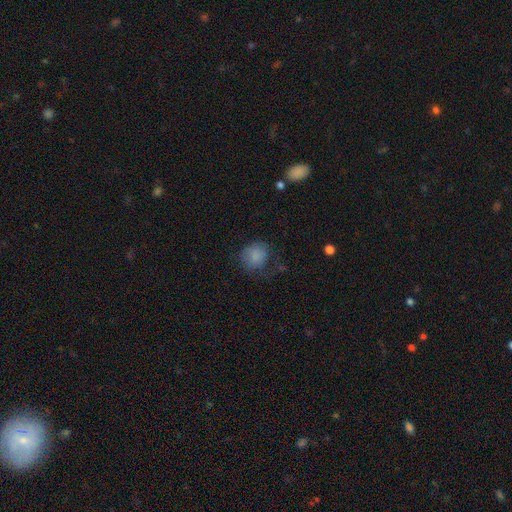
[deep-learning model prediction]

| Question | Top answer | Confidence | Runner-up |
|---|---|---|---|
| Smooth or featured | smooth | 82% | star or artifact (10%) |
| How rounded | round | 76% | in between (23%) |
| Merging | none | 62% | minor disturbance (24%) |